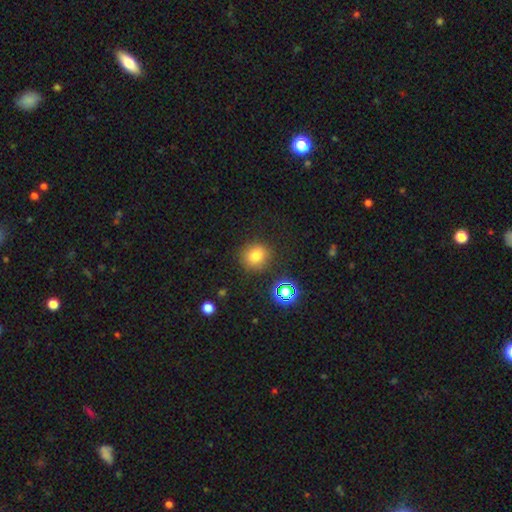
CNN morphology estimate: smooth 75%, star or artifact 17%, featured or disk 8%. Down the decision tree: how rounded — round (85%); merging — none (85%).